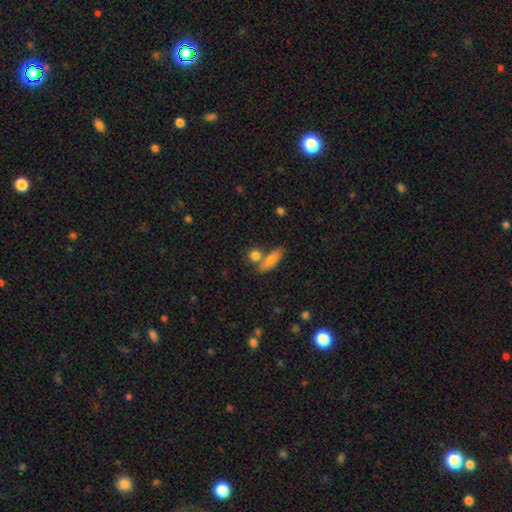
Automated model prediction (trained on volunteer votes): A smooth galaxy with no disk features (81%) that is round (51%).

Vote fractions:
- Smooth or featured? smooth: 81% / featured or disk: 11% / star or artifact: 8%
- How rounded? round: 51% / in between: 34% / cigar-shaped: 14%
- Merging? none: 56% / merger: 30% / minor disturbance: 10% / major disturbance: 4%